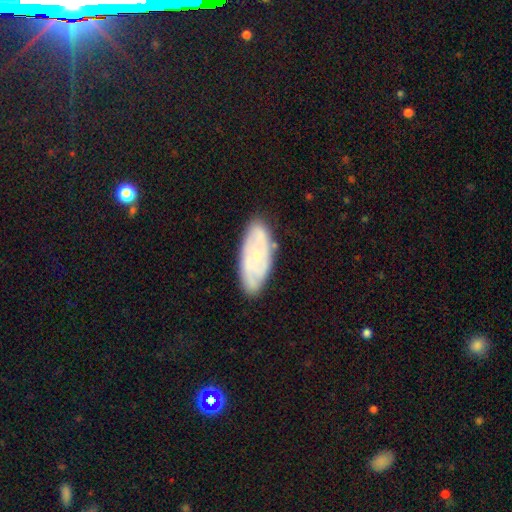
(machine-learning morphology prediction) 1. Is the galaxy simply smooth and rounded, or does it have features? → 61% featured or disk, 32% smooth, 7% star or artifact.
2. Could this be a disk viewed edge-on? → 90% no, 10% yes.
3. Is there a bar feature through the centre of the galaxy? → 78% no, 18% weak, 4% strong.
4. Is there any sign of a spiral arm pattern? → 79% yes, 21% no.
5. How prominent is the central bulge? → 77% small, 16% moderate, 5% none, 1% large, 1% dominant.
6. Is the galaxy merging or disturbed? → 80% none, 16% minor disturbance, 3% major disturbance, 1% merger.